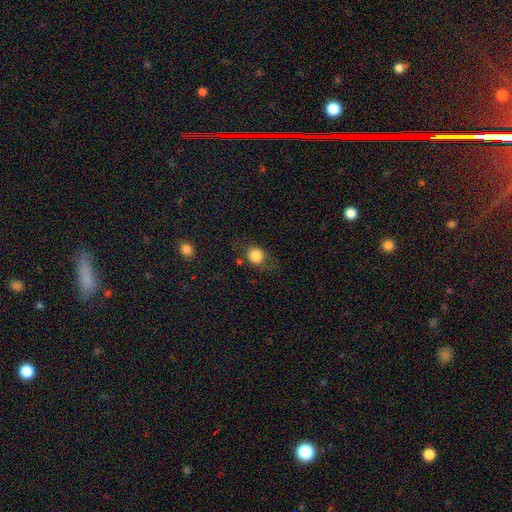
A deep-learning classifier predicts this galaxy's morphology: Smooth or featured?
  - smooth: 81% *
  - star or artifact: 10%
  - featured or disk: 9%
How rounded?
  - round: 80% *
  - in between: 19%
  - cigar-shaped: 1%
Merging?
  - none: 72% *
  - minor disturbance: 16%
  - major disturbance: 8%
  - merger: 4%